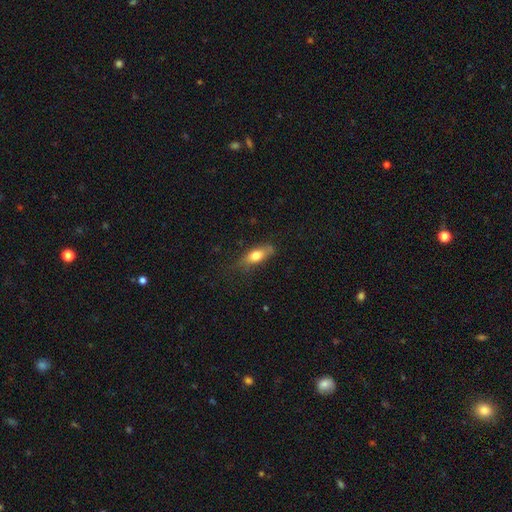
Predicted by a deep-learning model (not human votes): The model was most divided on "how rounded": in between: 68%, cigar-shaped: 28%, round: 4%. More confident: smooth or featured — smooth (69%); merging — none (65%).